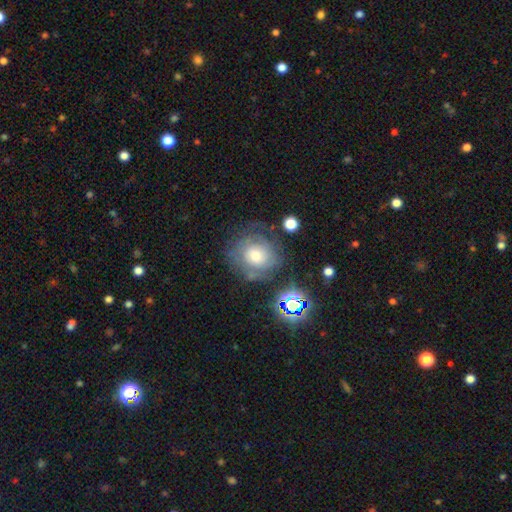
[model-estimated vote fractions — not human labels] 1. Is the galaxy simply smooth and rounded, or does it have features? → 47% featured or disk, 37% smooth, 16% star or artifact.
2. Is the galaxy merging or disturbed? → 64% none, 19% minor disturbance, 13% major disturbance, 4% merger.